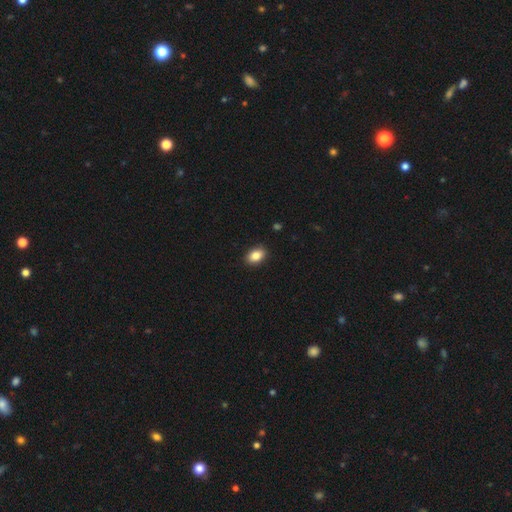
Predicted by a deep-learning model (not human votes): Smooth or featured: smooth — 86% (star or artifact — 8%)
How rounded: in between — 85% (round — 13%)
Merging: none — 89% (minor disturbance — 8%)